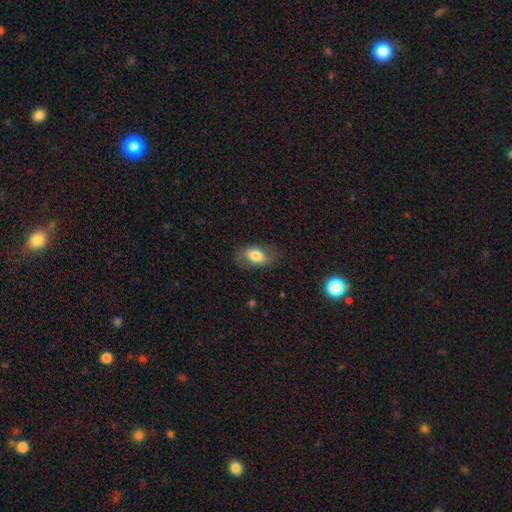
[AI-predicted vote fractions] smooth_or_featured: smooth (p=0.69) [alt: featured or disk p=0.23]
how_rounded: in between (p=0.86) [alt: round p=0.12]
merging: none (p=0.73) [alt: minor disturbance p=0.18]